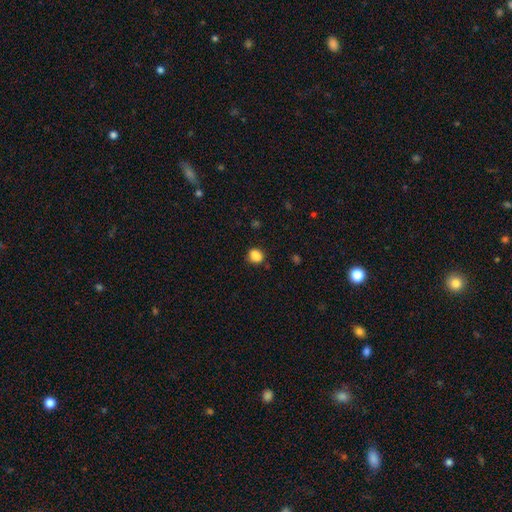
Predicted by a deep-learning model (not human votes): A smooth galaxy with no disk features (85%) that is round (52%).

Vote fractions:
- Smooth or featured? smooth: 85% / star or artifact: 10% / featured or disk: 4%
- How rounded? round: 52% / in between: 46% / cigar-shaped: 1%
- Merging? none: 73% / minor disturbance: 18% / merger: 5% / major disturbance: 4%